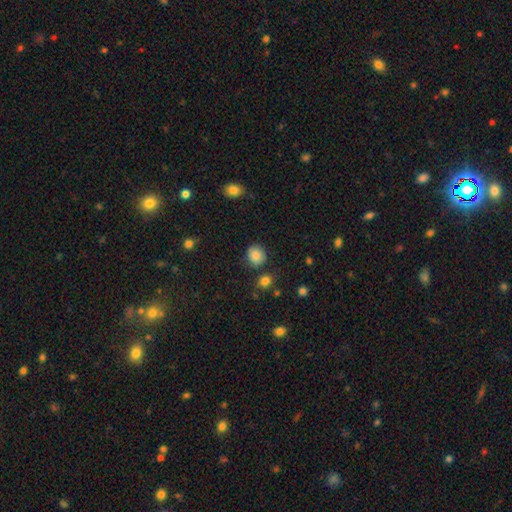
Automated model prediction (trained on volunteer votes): A smooth galaxy with no disk features (86%) that is round (74%).

Vote fractions:
- Smooth or featured? smooth: 86% / star or artifact: 10% / featured or disk: 4%
- How rounded? round: 74% / in between: 26% / cigar-shaped: 1%
- Merging? none: 79% / minor disturbance: 14% / merger: 4% / major disturbance: 4%